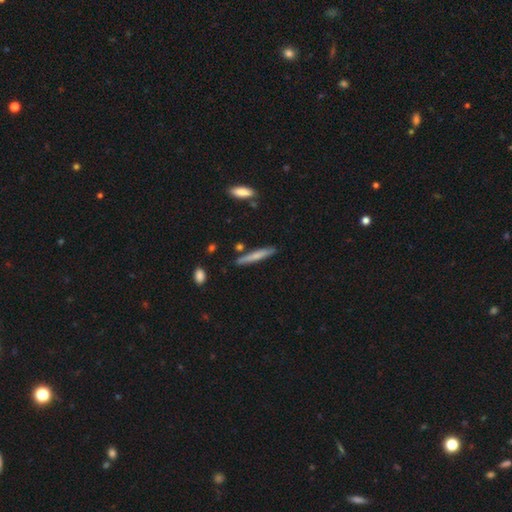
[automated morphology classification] Smooth or featured?
  - smooth: 64% *
  - featured or disk: 30%
  - star or artifact: 6%
How rounded?
  - cigar-shaped: 93% *
  - in between: 6%
  - round: 2%
Merging?
  - none: 83% *
  - minor disturbance: 11%
  - merger: 4%
  - major disturbance: 2%